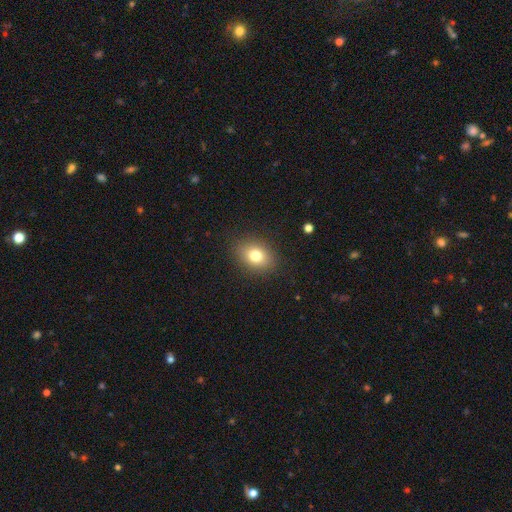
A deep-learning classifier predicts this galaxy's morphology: type=smooth (78%); roundness=in between (64%); merging=none (87%).